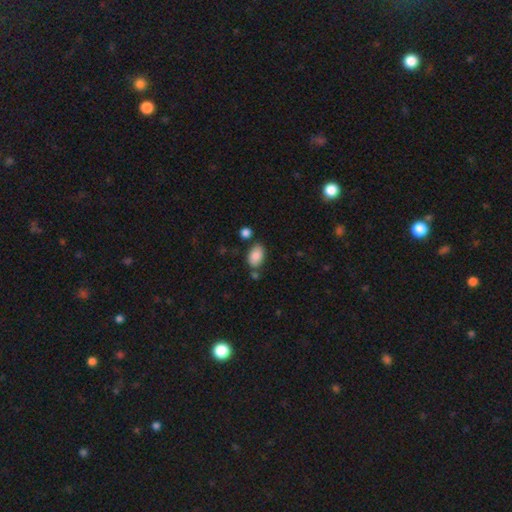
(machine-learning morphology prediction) Q: Smooth or featured?
A: smooth (86%); runner-up: featured or disk (7%)
Q: How rounded?
A: in between (91%); runner-up: round (8%)
Q: Merging?
A: none (72%); runner-up: minor disturbance (15%)